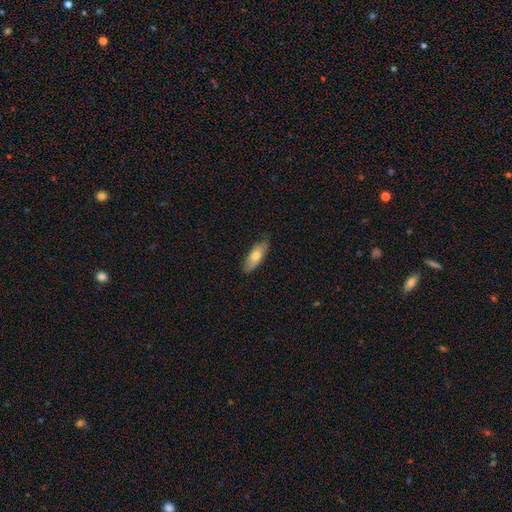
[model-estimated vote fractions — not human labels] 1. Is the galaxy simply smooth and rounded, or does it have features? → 71% smooth, 23% featured or disk, 6% star or artifact.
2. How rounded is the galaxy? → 70% in between, 27% cigar-shaped, 2% round.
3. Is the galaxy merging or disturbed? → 80% none, 16% minor disturbance, 2% major disturbance, 1% merger.